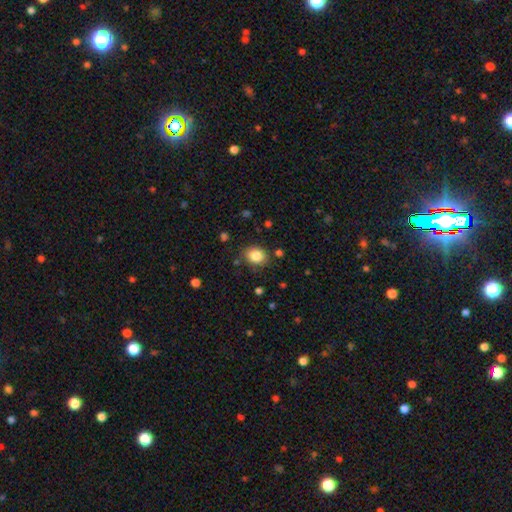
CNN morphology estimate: smooth 85%, star or artifact 9%, featured or disk 6%. Down the decision tree: how rounded — round (55%); merging — none (83%).